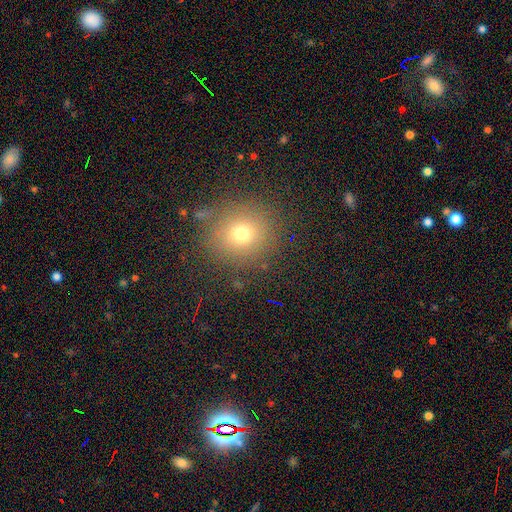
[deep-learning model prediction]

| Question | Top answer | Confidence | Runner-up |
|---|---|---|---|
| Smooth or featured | smooth | 56% | star or artifact (35%) |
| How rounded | round | 91% | in between (8%) |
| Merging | none | 88% | minor disturbance (7%) |